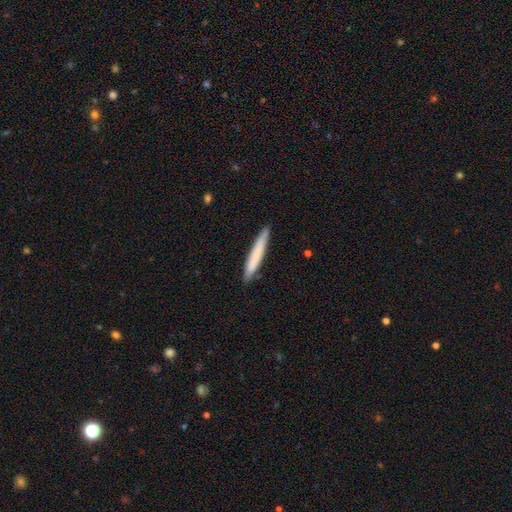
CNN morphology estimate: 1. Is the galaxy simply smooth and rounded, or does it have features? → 72% smooth, 22% featured or disk, 6% star or artifact.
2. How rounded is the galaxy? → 95% cigar-shaped, 3% in between, 1% round.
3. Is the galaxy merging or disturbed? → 88% none, 9% minor disturbance, 1% major disturbance, 1% merger.